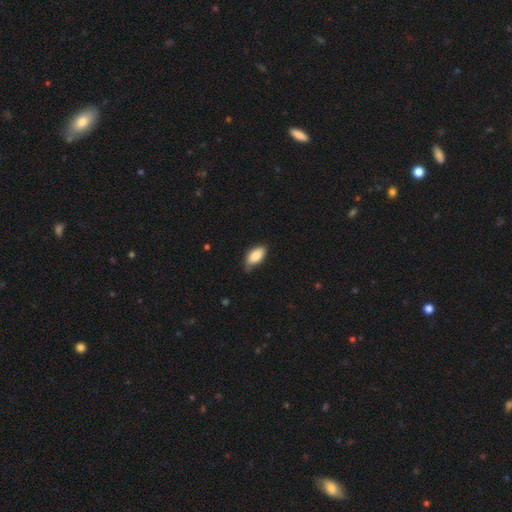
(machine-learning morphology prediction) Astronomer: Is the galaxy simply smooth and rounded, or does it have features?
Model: smooth — 85%.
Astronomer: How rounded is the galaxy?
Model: in between — 93%.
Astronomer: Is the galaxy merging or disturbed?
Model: none — 67%.